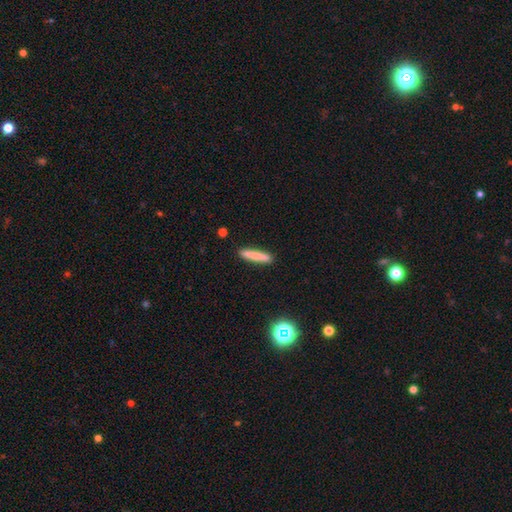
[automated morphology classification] type=smooth (76%); roundness=cigar-shaped (90%); merging=none (88%).